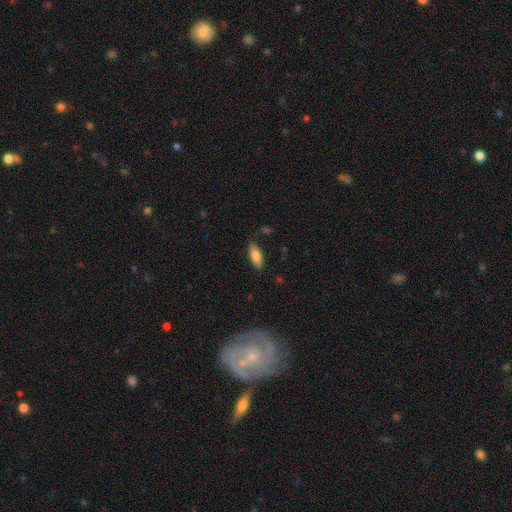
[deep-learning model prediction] Morphology: type=smooth (80%); roundness=in between (76%); merging=none (85%).